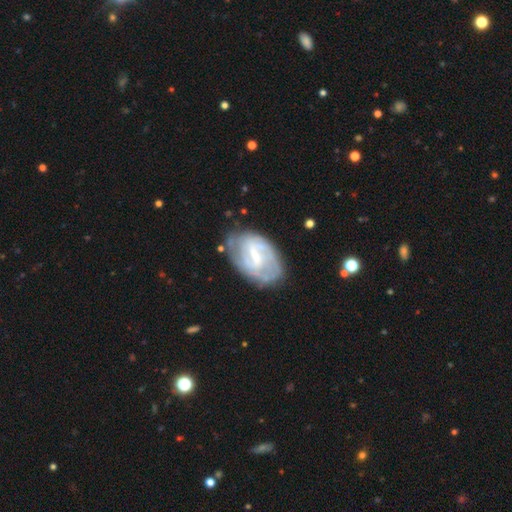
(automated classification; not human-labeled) Q: Smooth or featured?
A: featured or disk (77%); runner-up: smooth (17%)
Q: Edge-on disk?
A: no (97%); runner-up: yes (3%)
Q: Bar?
A: weak (52%); runner-up: strong (35%)
Q: Spiral arms?
A: yes (84%); runner-up: no (16%)
Q: Spiral winding?
A: tight (49%); runner-up: medium (36%)
Q: Spiral arm count?
A: 2 (46%); runner-up: can't tell (36%)
Q: Bulge size?
A: small (49%); runner-up: moderate (28%)
Q: Merging?
A: none (67%); runner-up: minor disturbance (22%)